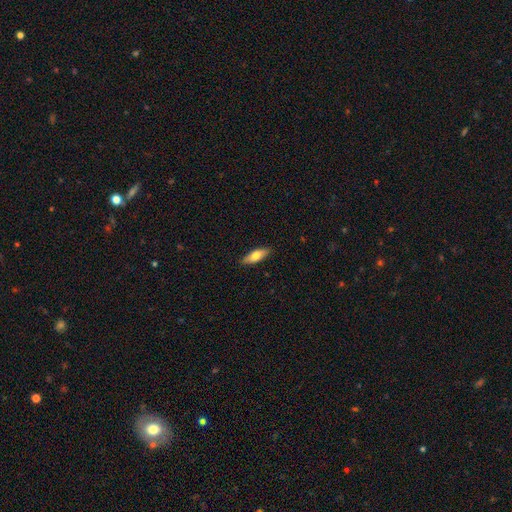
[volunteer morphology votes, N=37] Overall: smooth (68%). How rounded: in between (76%). Merging: none (86%).